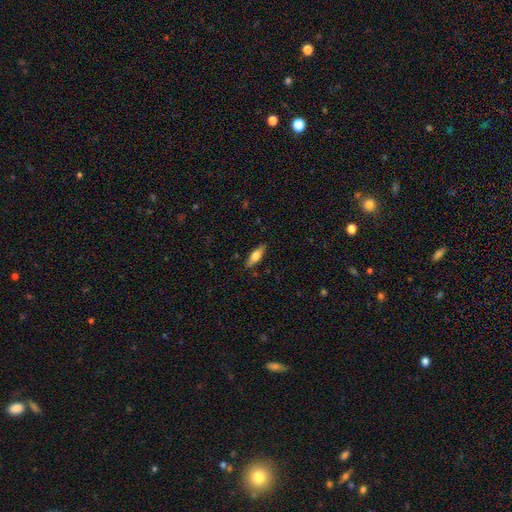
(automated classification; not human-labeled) Q: Smooth or featured?
A: smooth (65%); runner-up: featured or disk (29%)
Q: How rounded?
A: in between (54%); runner-up: cigar-shaped (44%)
Q: Merging?
A: none (87%); runner-up: minor disturbance (10%)